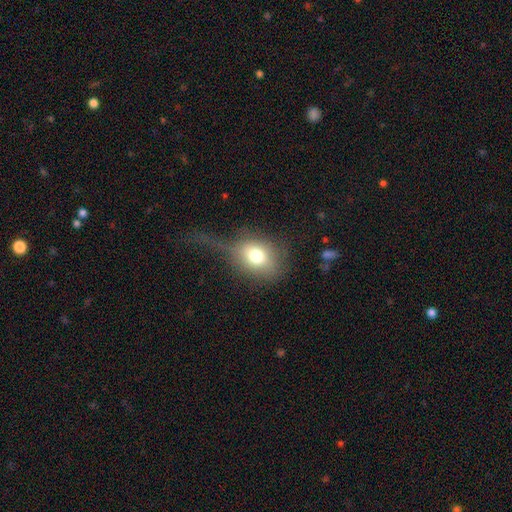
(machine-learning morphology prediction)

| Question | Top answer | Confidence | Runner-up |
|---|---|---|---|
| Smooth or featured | smooth | 74% | featured or disk (16%) |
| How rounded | in between | 58% | round (40%) |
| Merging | none | 37% | major disturbance (36%) |